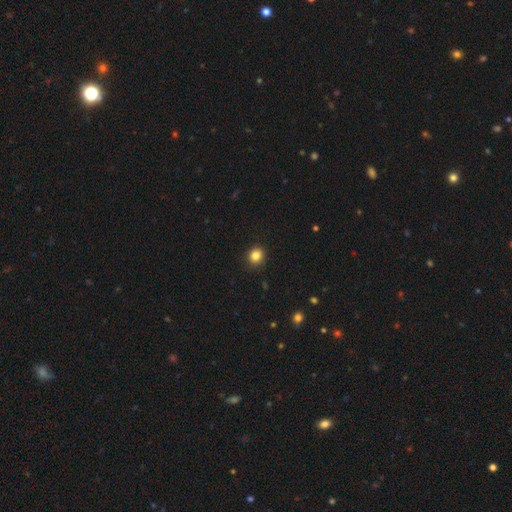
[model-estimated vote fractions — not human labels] Smooth or featured?
  - smooth: 84% *
  - star or artifact: 11%
  - featured or disk: 4%
How rounded?
  - round: 83% *
  - in between: 16%
  - cigar-shaped: 1%
Merging?
  - none: 91% *
  - minor disturbance: 6%
  - major disturbance: 2%
  - merger: 1%